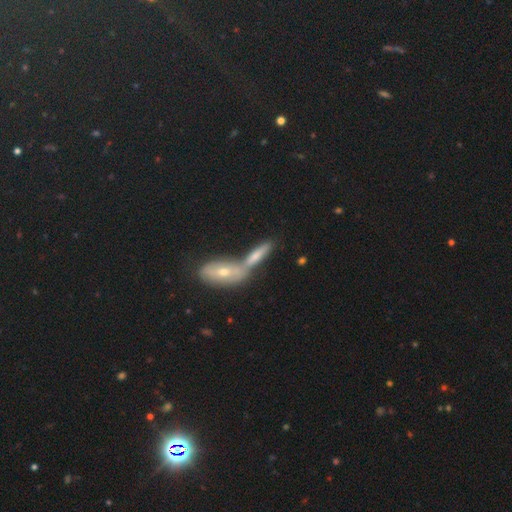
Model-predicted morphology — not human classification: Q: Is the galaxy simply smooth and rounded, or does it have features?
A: smooth — 60%.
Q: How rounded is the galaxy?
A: cigar-shaped — 60%.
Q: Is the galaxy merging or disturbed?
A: merger — 52%.